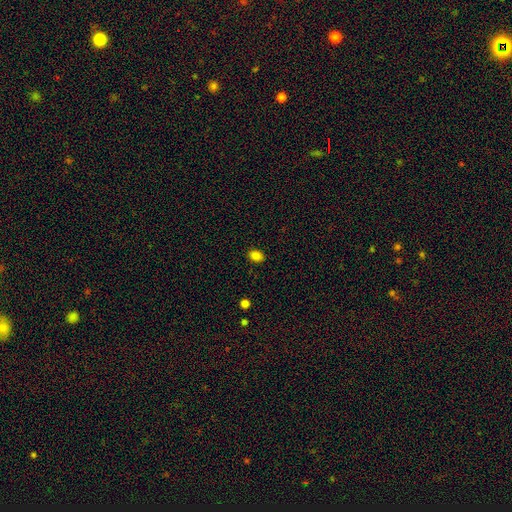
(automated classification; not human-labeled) This appears to be a smooth galaxy with no disk features (84%) that is in between round and cigar-shaped (69%). Merging: none (89%).